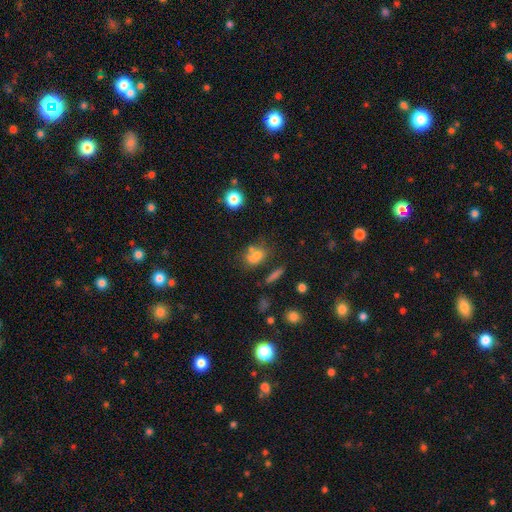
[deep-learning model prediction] Morphology: type=smooth (67%); roundness=in between (53%); merging=none (41%).